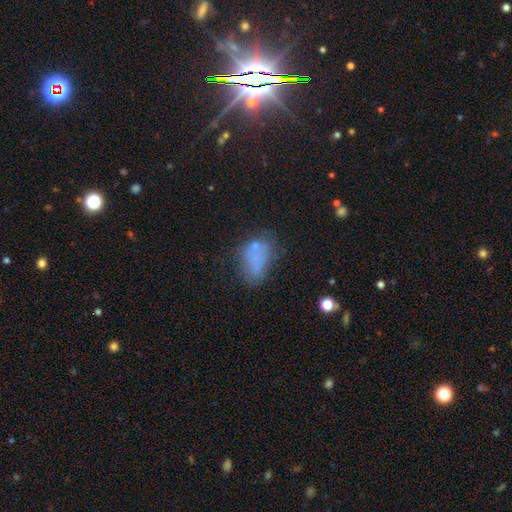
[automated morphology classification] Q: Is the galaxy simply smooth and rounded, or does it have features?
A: smooth — 61%.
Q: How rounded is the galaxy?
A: in between — 85%.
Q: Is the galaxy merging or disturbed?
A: none — 45%.